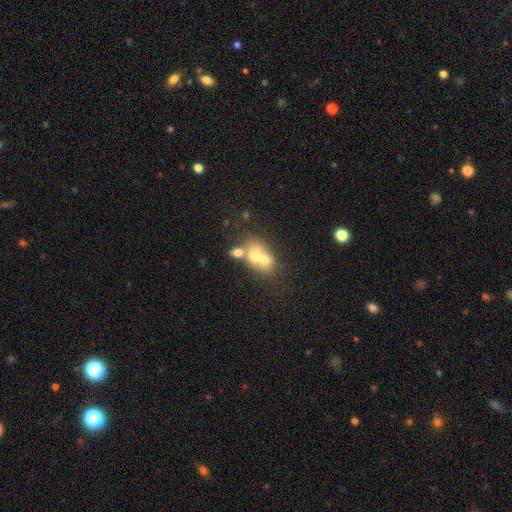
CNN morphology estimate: A smooth galaxy with no disk features (59%) that is in between round and cigar-shaped (54%).

Vote fractions:
- Smooth or featured? smooth: 59% / featured or disk: 28% / star or artifact: 13%
- How rounded? in between: 54% / round: 45% / cigar-shaped: 2%
- Merging? merger: 64% / none: 24% / minor disturbance: 7% / major disturbance: 5%